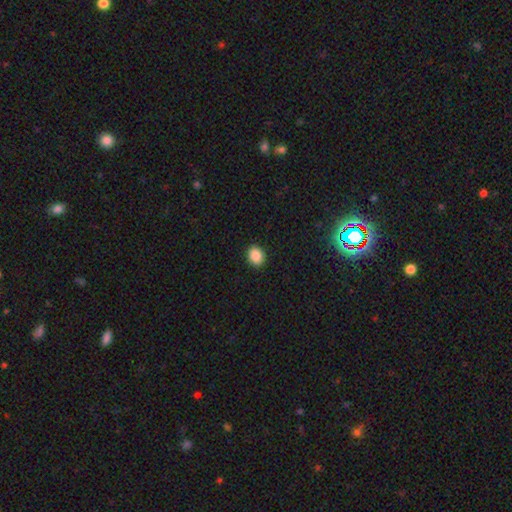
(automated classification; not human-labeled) Smooth or featured: smooth — 89% (star or artifact — 9%)
How rounded: in between — 51% (round — 48%)
Merging: none — 92% (minor disturbance — 6%)